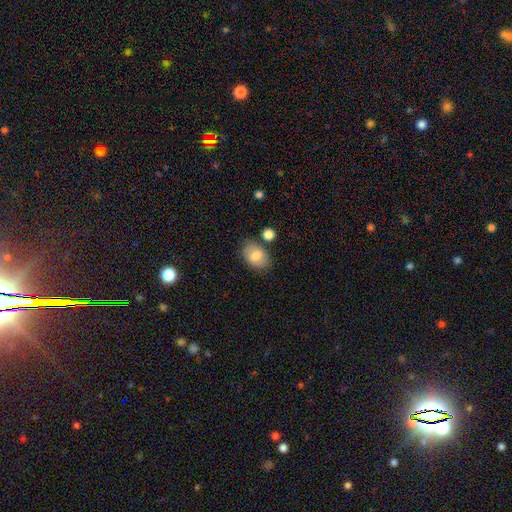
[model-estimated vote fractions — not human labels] Smooth or featured: smooth — 78% (featured or disk — 14%)
How rounded: in between — 83% (round — 16%)
Merging: none — 74% (minor disturbance — 14%)